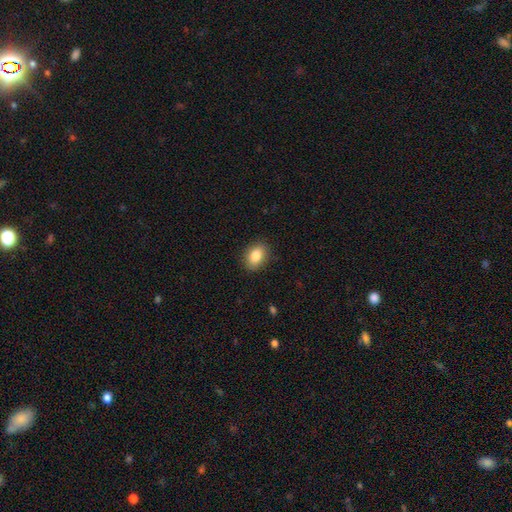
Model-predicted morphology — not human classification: The model was most divided on "how rounded": in between: 80%, round: 19%, cigar-shaped: 1%. More confident: merging — none (88%); smooth or featured — smooth (85%).